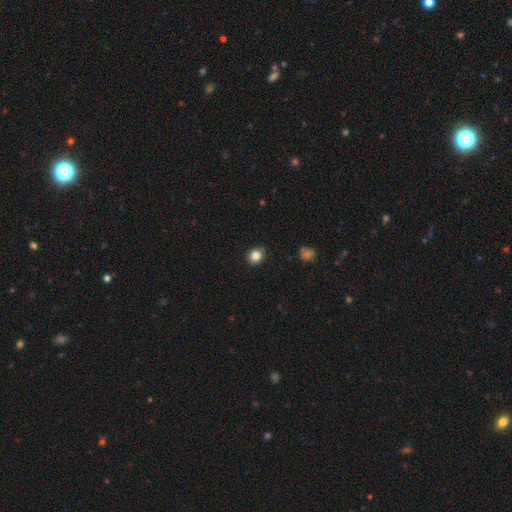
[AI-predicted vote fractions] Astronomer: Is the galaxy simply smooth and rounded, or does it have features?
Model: smooth — 83%.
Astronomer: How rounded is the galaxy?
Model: round — 74%.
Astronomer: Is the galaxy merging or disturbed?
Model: none — 84%.